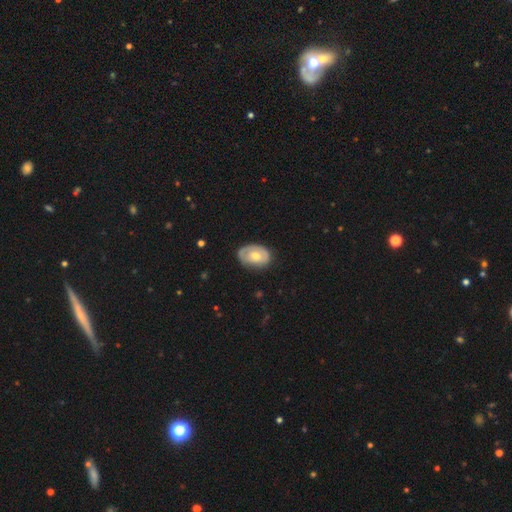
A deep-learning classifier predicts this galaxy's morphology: smooth-or-featured: smooth: 52% | featured or disk: 43% | star or artifact: 6%
  how-rounded: in between: 81% | round: 18% | cigar-shaped: 1%
  merging: none: 70% | minor disturbance: 23% | major disturbance: 6% | merger: 1%